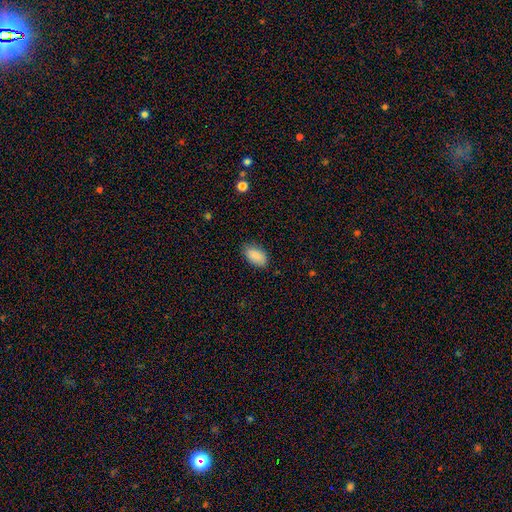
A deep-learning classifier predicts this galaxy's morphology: smooth 86%, star or artifact 7%, featured or disk 7%. Down the decision tree: how rounded — in between (93%); merging — none (81%).